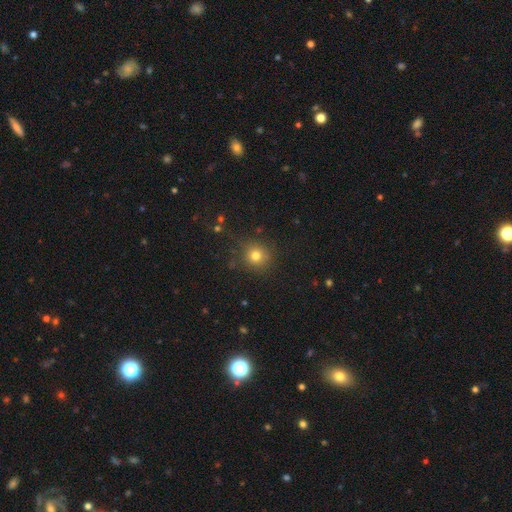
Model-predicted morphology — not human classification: A smooth galaxy with no disk features (77%) that is round (90%). Merging: none (84%).